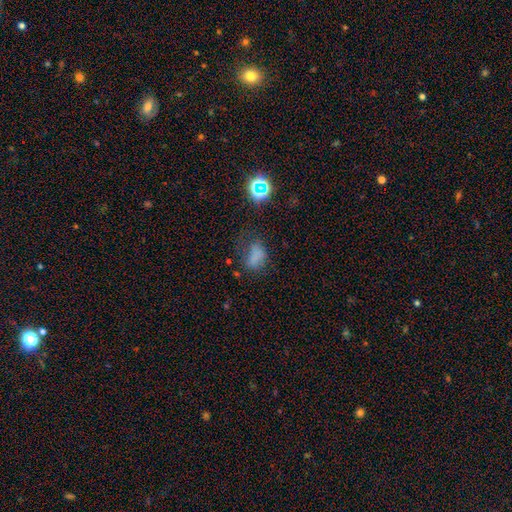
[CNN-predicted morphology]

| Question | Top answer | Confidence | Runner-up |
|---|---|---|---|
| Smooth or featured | smooth | 62% | star or artifact (24%) |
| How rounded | in between | 77% | round (20%) |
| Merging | none | 42% | minor disturbance (27%) |